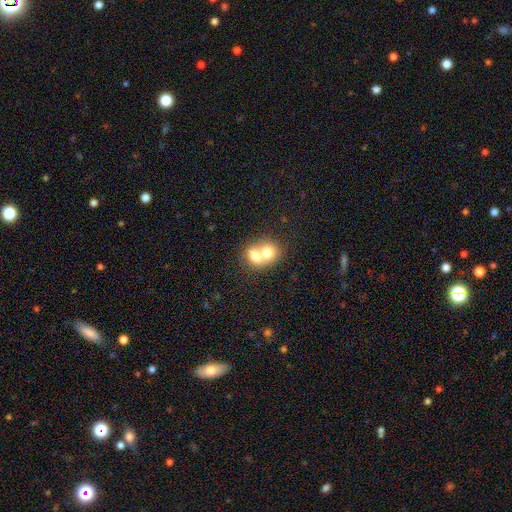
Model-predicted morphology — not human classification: smooth 70%, featured or disk 22%, star or artifact 9%. Down the decision tree: how rounded — round (56%); merging — merger (74%).